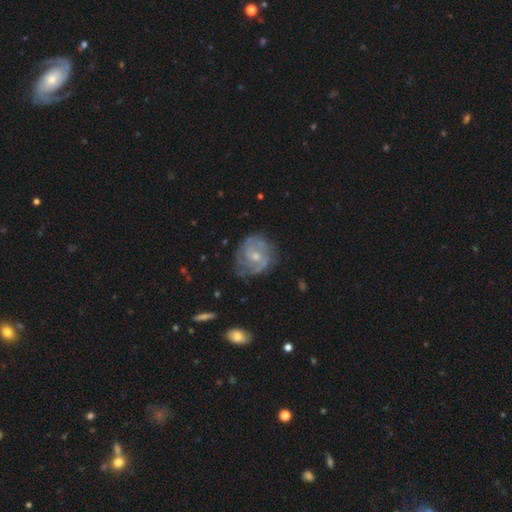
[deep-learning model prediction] Smooth or featured?
  - featured or disk: 76% *
  - smooth: 18%
  - star or artifact: 6%
Edge-on disk?
  - no: 98% *
  - yes: 2%
Bar?
  - no: 66% *
  - weak: 30%
  - strong: 4%
Spiral arms?
  - yes: 85% *
  - no: 15%
Spiral winding?
  - tight: 56% *
  - medium: 33%
  - loose: 11%
Spiral arm count?
  - 2: 36% *
  - can't tell: 35%
  - 3: 15%
  - 1: 5%
  - 4: 5%
  - more than 4: 4%
Bulge size?
  - small: 53% *
  - moderate: 42%
  - none: 3%
  - large: 2%
  - dominant: 1%
Merging?
  - none: 66% *
  - minor disturbance: 23%
  - major disturbance: 10%
  - merger: 2%